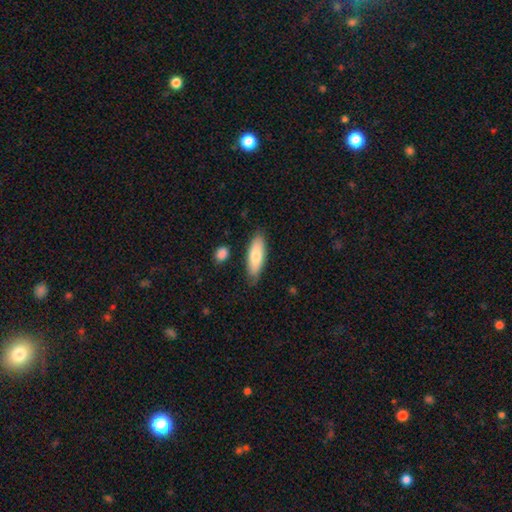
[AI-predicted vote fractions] Smooth or featured: smooth — 75% (featured or disk — 19%)
How rounded: in between — 62% (cigar-shaped — 36%)
Merging: none — 82% (minor disturbance — 13%)